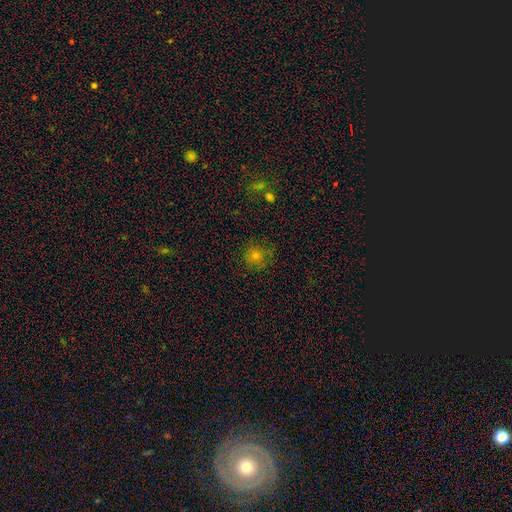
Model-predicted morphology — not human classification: Smooth or featured: smooth — 65% (star or artifact — 25%)
How rounded: round — 92% (in between — 7%)
Merging: none — 82% (minor disturbance — 12%)